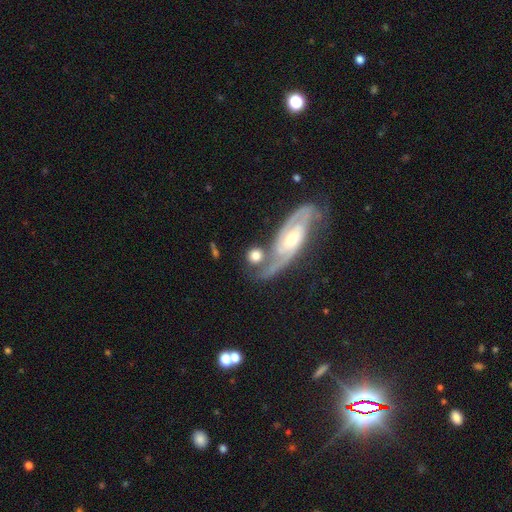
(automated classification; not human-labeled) smooth 58%, featured or disk 34%, star or artifact 8%. Down the decision tree: how rounded — round (76%); merging — none (51%).